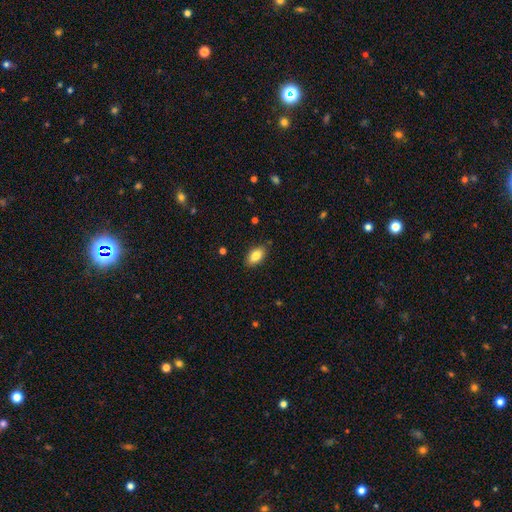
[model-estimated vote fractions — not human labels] This is clearly a smooth galaxy (83%). How rounded: clearly in between (90%). Merging: clearly none (86%).